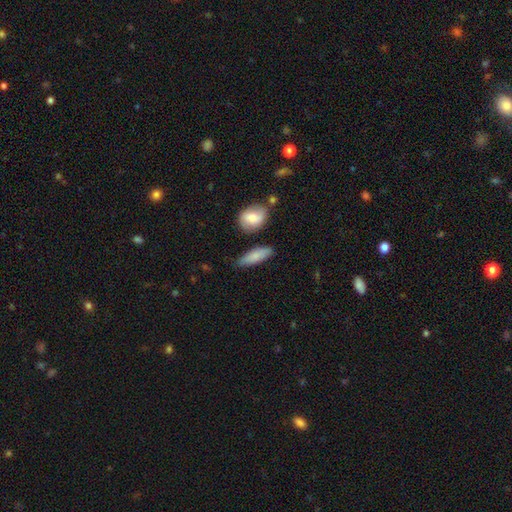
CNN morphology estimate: Q: Smooth or featured?
A: smooth (79%); runner-up: featured or disk (14%)
Q: How rounded?
A: cigar-shaped (50%); runner-up: in between (47%)
Q: Merging?
A: none (77%); runner-up: minor disturbance (15%)